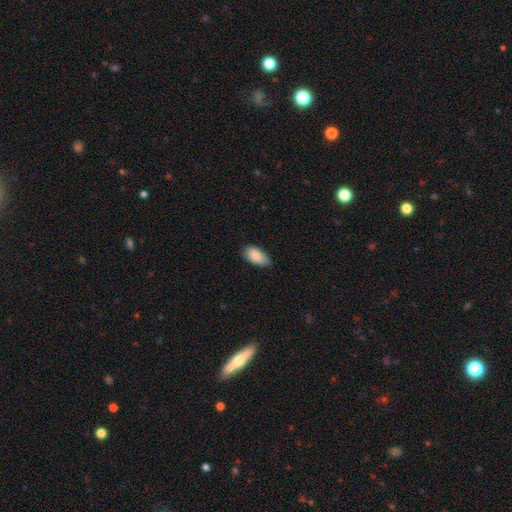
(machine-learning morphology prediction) This is clearly a smooth galaxy (88%). How rounded: clearly in between (93%). Merging: likely none (72%).